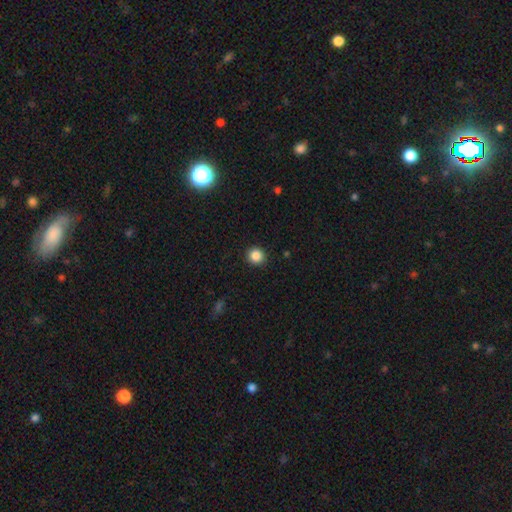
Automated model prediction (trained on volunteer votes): Morphology: type=smooth (86%); roundness=round (93%); merging=none (92%).